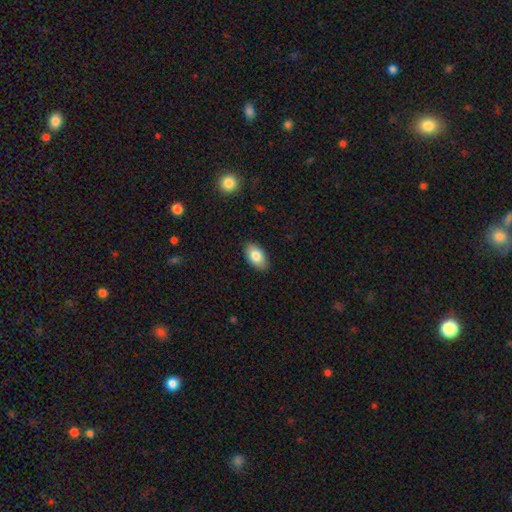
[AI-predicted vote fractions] A smooth galaxy with no disk features (82%) that is in between round and cigar-shaped (93%). Merging: none (88%).